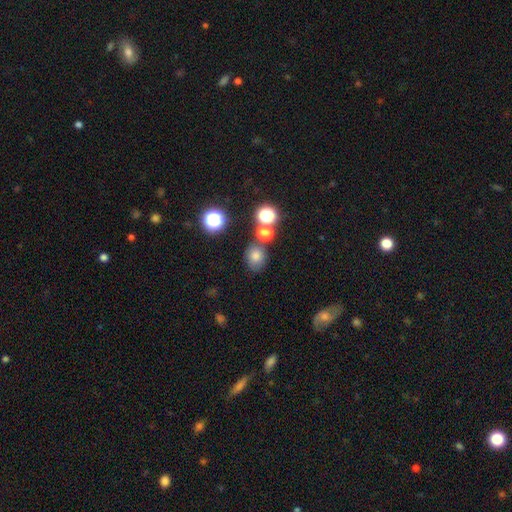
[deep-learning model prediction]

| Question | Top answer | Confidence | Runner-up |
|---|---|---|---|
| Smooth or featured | smooth | 74% | star or artifact (18%) |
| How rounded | round | 65% | in between (34%) |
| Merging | none | 69% | minor disturbance (13%) |